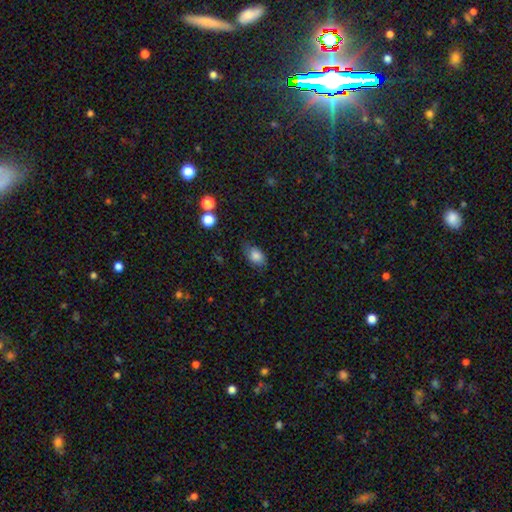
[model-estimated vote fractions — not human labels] Q: Smooth or featured?
A: smooth (82%); runner-up: star or artifact (9%)
Q: How rounded?
A: in between (85%); runner-up: round (13%)
Q: Merging?
A: none (64%); runner-up: minor disturbance (27%)